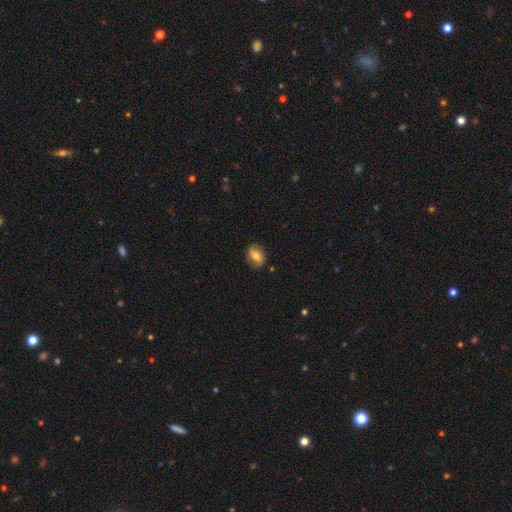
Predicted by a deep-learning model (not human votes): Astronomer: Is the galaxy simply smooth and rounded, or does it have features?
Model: smooth — 56% (runner-up: featured or disk, 36%).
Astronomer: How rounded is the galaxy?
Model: in between — 72%.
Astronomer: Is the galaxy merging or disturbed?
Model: none — 81%.